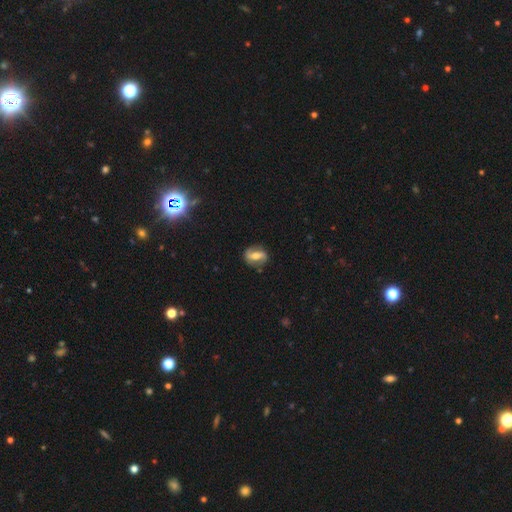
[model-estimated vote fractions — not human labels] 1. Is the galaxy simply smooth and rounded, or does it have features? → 66% featured or disk, 27% smooth, 7% star or artifact.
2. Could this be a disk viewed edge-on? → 90% no, 10% yes.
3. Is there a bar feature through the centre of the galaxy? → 53% strong, 29% weak, 18% no.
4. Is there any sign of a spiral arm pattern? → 76% yes, 24% no.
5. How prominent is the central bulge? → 61% moderate, 27% small, 8% large, 3% none, 2% dominant.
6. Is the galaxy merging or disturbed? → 79% none, 15% minor disturbance, 5% major disturbance, 2% merger.